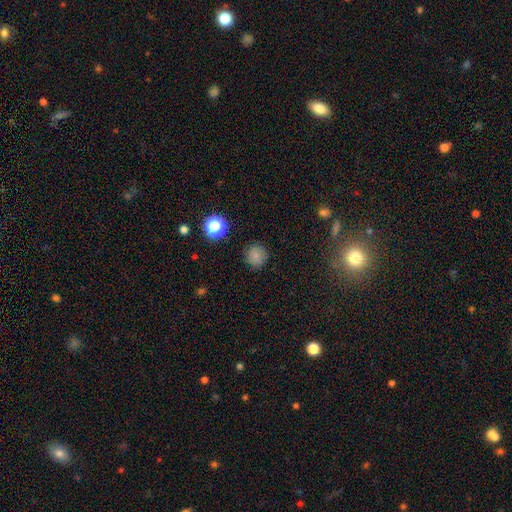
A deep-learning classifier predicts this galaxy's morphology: Smooth or featured? smooth (79%)
How rounded? round (93%)
Merging? none (87%)